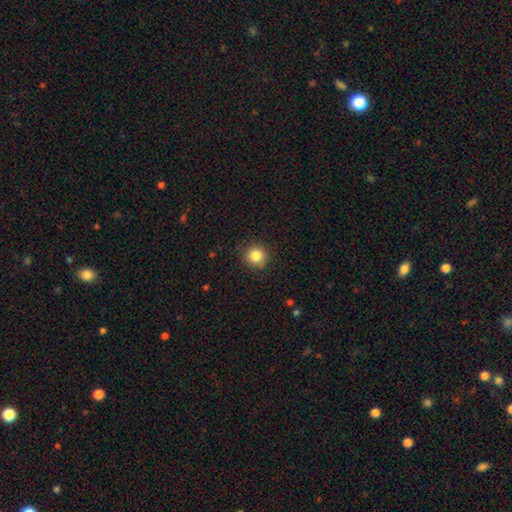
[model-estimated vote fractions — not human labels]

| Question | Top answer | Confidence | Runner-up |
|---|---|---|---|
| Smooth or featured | smooth | 84% | star or artifact (11%) |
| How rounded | round | 92% | in between (7%) |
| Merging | none | 86% | minor disturbance (10%) |